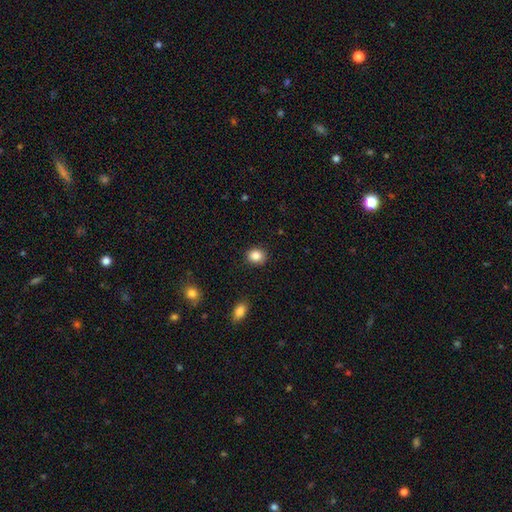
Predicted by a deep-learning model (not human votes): Q: Smooth or featured?
A: smooth (86%); runner-up: star or artifact (9%)
Q: How rounded?
A: round (72%); runner-up: in between (27%)
Q: Merging?
A: none (90%); runner-up: minor disturbance (7%)